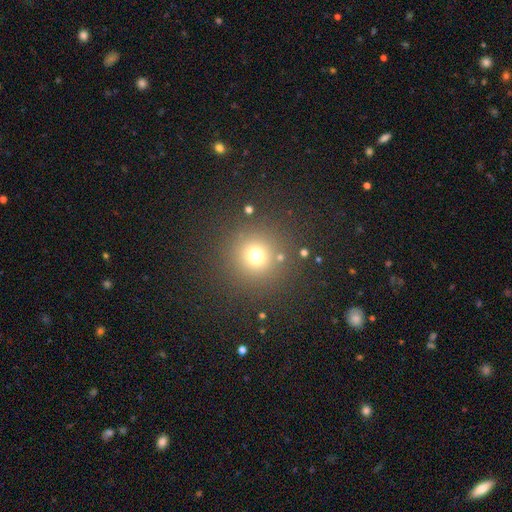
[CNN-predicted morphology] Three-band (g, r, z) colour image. It shows a smooth galaxy with no disk features (70%) that is round (95%). Merging: none (85%).